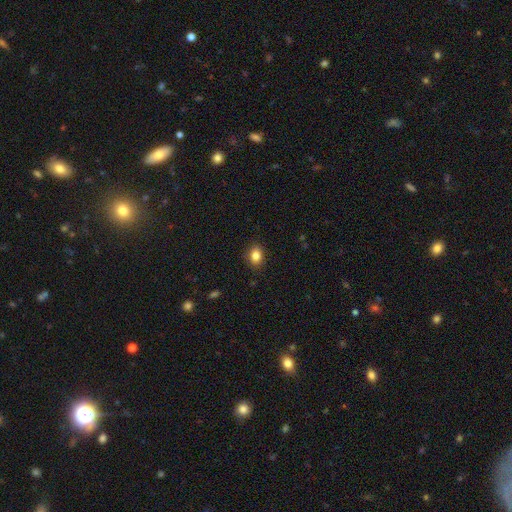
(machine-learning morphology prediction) smooth-or-featured: smooth: 85% | star or artifact: 10% | featured or disk: 5%
  how-rounded: in between: 69% | round: 29% | cigar-shaped: 1%
  merging: none: 87% | minor disturbance: 9% | major disturbance: 2% | merger: 1%